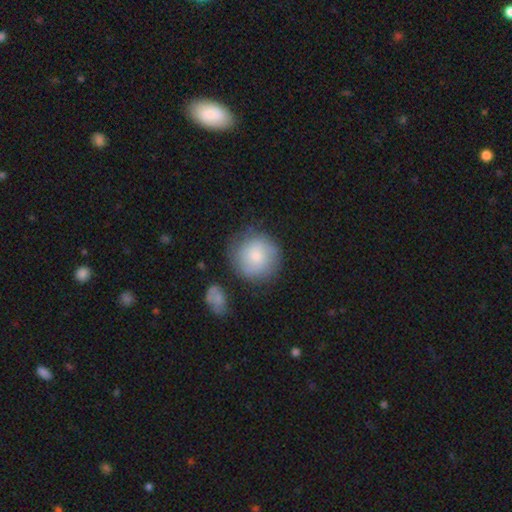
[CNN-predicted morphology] A smooth galaxy with no disk features (68%) that is round (93%).

Vote fractions:
- Smooth or featured? smooth: 68% / featured or disk: 25% / star or artifact: 7%
- How rounded? round: 93% / in between: 6% / cigar-shaped: 1%
- Merging? none: 75% / minor disturbance: 16% / major disturbance: 5% / merger: 4%